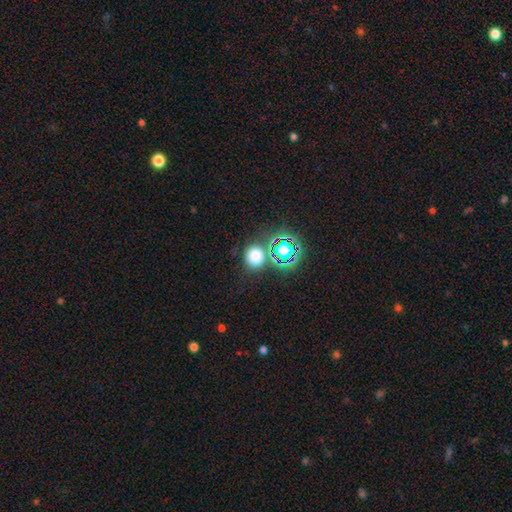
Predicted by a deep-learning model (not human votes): Q: Smooth or featured?
A: smooth (68%); runner-up: star or artifact (25%)
Q: How rounded?
A: round (80%); runner-up: in between (19%)
Q: Merging?
A: none (74%); runner-up: merger (12%)